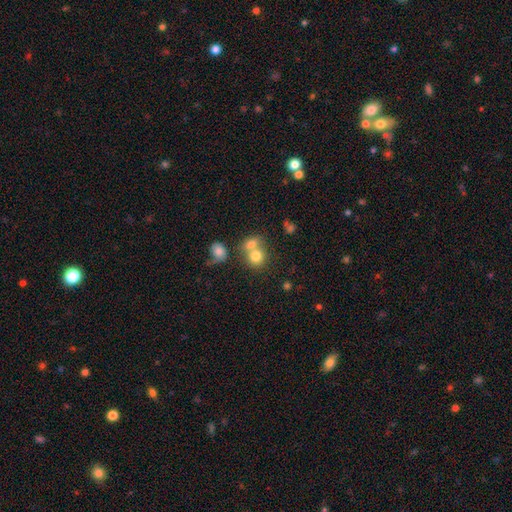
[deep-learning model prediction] Overall: smooth (76%). How rounded: round (76%). Merging: merger (51%; none 37%).